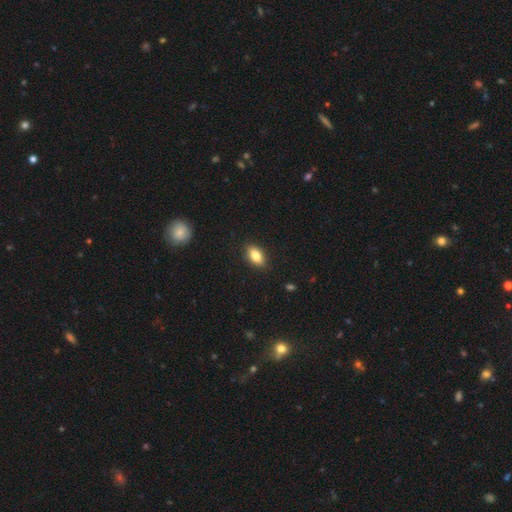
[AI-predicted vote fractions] This appears to be a smooth galaxy with no disk features (82%) that is in between round and cigar-shaped (89%). Merging: none (88%).